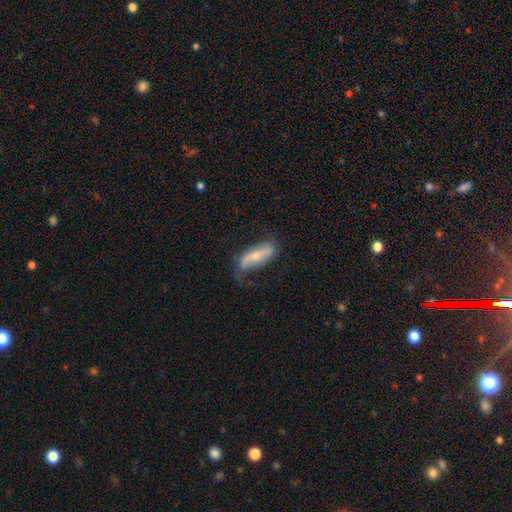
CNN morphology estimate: smooth-or-featured: featured or disk: 57% | smooth: 36% | star or artifact: 7%
  disk-edge-on: no: 74% | yes: 26%
  merging: none: 52% | minor disturbance: 32% | major disturbance: 14% | merger: 2%